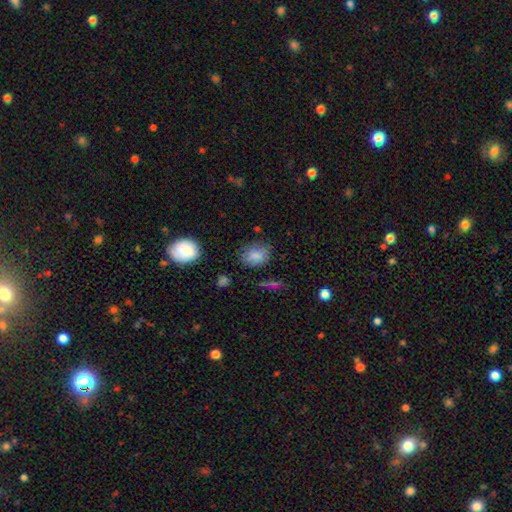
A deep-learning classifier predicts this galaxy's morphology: Q: Smooth or featured?
A: smooth (80%); runner-up: star or artifact (11%)
Q: How rounded?
A: in between (60%); runner-up: round (38%)
Q: Merging?
A: none (73%); runner-up: minor disturbance (19%)